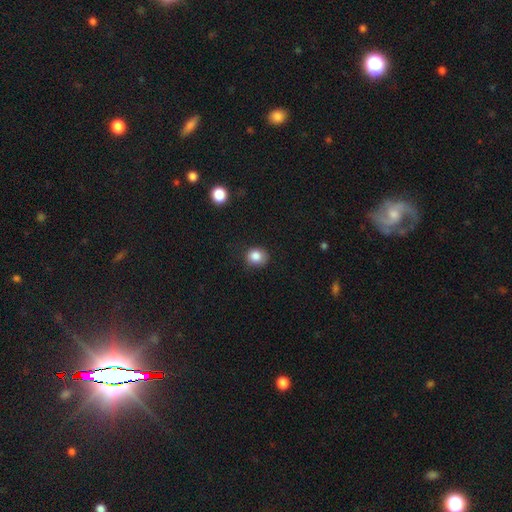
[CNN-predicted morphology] Smooth or featured: smooth — 84% (star or artifact — 10%)
How rounded: round — 74% (in between — 25%)
Merging: none — 72% (minor disturbance — 21%)